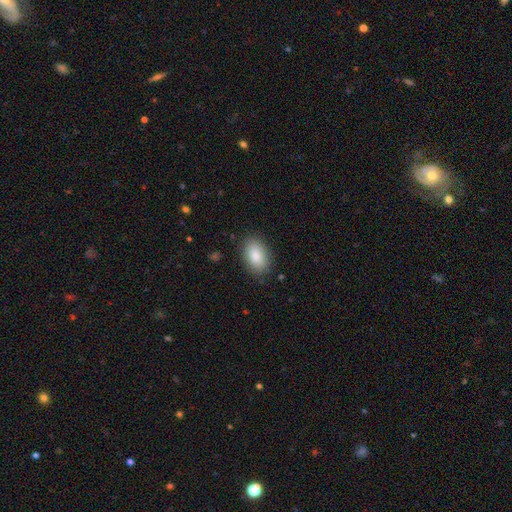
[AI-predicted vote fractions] smooth 87%, star or artifact 7%, featured or disk 7%. Down the decision tree: how rounded — in between (92%); merging — none (86%).